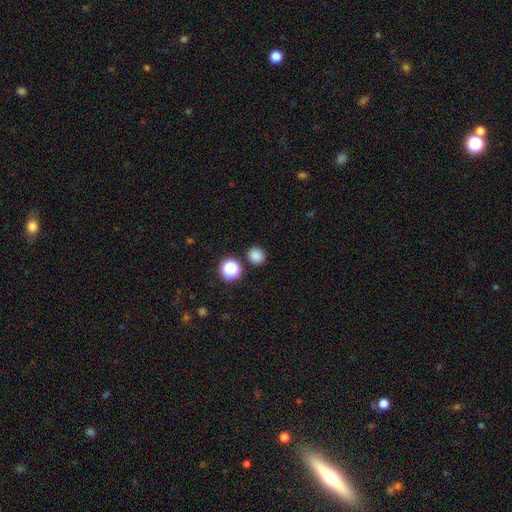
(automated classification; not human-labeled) Smooth or featured: smooth — 82% (star or artifact — 14%)
How rounded: round — 86% (in between — 13%)
Merging: none — 86% (minor disturbance — 7%)